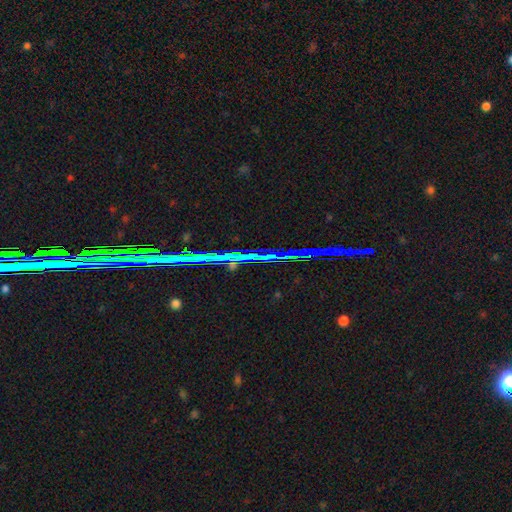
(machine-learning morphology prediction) This appears to be a star or artifact, not a galaxy (82%).